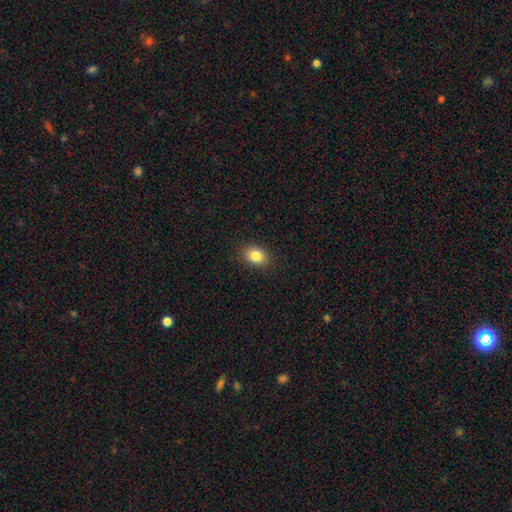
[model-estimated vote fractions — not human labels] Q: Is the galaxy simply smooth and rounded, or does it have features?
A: smooth — 85%.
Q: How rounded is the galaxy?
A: in between — 73%.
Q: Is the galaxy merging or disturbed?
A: none — 89%.